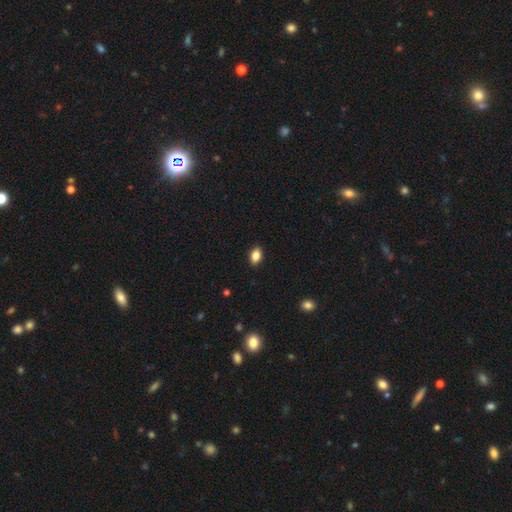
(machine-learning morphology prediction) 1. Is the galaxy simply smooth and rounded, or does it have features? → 84% smooth, 9% star or artifact, 7% featured or disk.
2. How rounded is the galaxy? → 86% in between, 11% round, 3% cigar-shaped.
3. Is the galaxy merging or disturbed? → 90% none, 8% minor disturbance, 2% major disturbance, 1% merger.